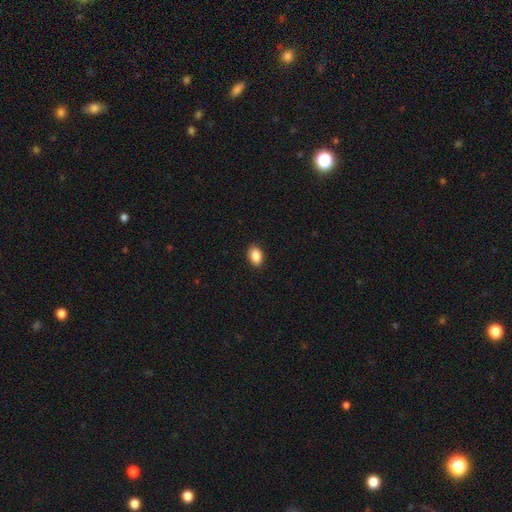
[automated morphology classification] Smooth or featured: smooth — 88% (star or artifact — 8%)
How rounded: in between — 85% (round — 14%)
Merging: none — 89% (minor disturbance — 8%)